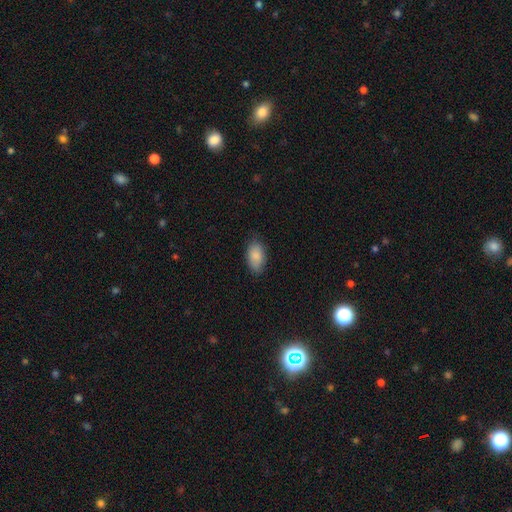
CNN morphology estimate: smooth_or_featured: smooth (p=0.87) [alt: star or artifact p=0.07]
how_rounded: in between (p=0.93) [alt: round p=0.05]
merging: none (p=0.80) [alt: minor disturbance p=0.16]